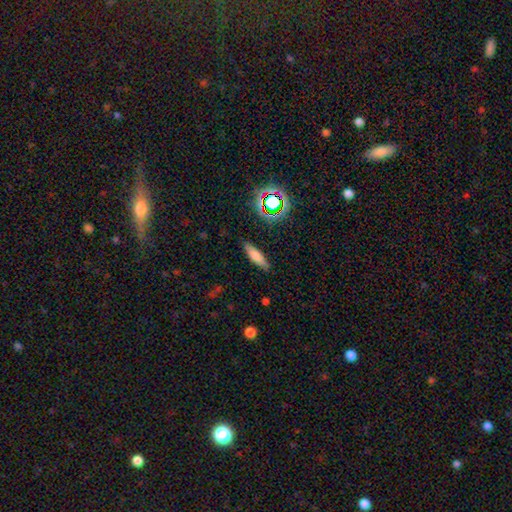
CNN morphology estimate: Smooth or featured?
  - smooth: 71% *
  - featured or disk: 17%
  - star or artifact: 12%
How rounded?
  - cigar-shaped: 64% *
  - in between: 33%
  - round: 3%
Merging?
  - none: 85% *
  - minor disturbance: 11%
  - major disturbance: 3%
  - merger: 2%